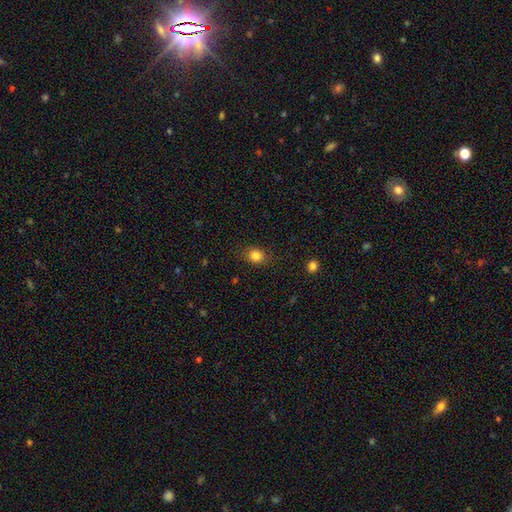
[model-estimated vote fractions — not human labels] smooth-or-featured: smooth: 84% | star or artifact: 11% | featured or disk: 5%
  how-rounded: round: 63% | in between: 36% | cigar-shaped: 1%
  merging: none: 84% | minor disturbance: 11% | major disturbance: 4% | merger: 1%